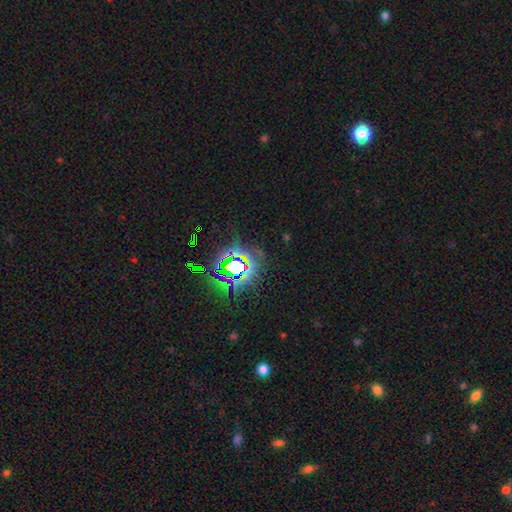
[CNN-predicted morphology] Smooth or featured: star or artifact — 79% (smooth — 14%)